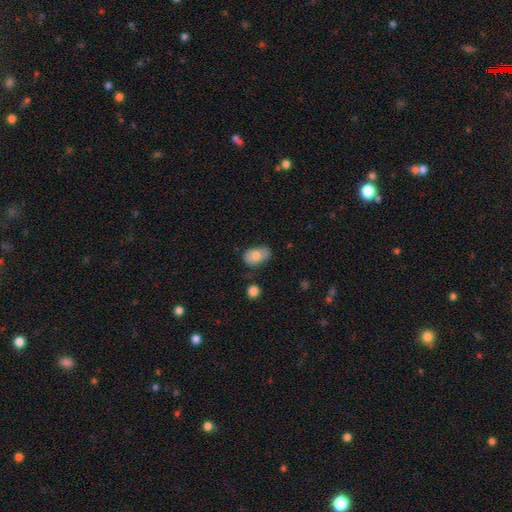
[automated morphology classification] The model was most divided on "merging": none: 53%, minor disturbance: 32%, major disturbance: 9%, merger: 5%. More confident: how rounded — in between (85%); smooth or featured — smooth (75%).